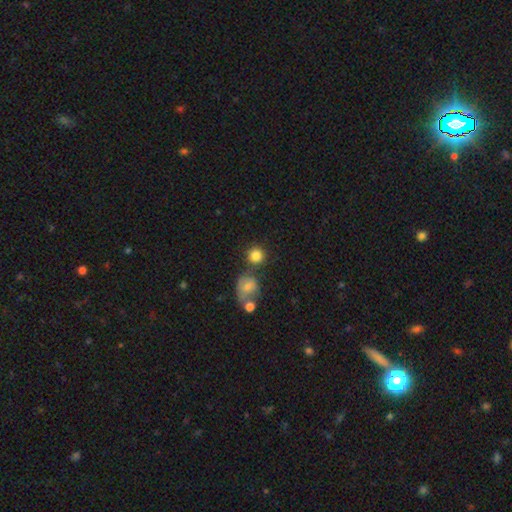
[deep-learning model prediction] The model was most divided on "merging": none: 70%, merger: 15%, minor disturbance: 10%, major disturbance: 5%. More confident: how rounded — round (90%); smooth or featured — smooth (83%).